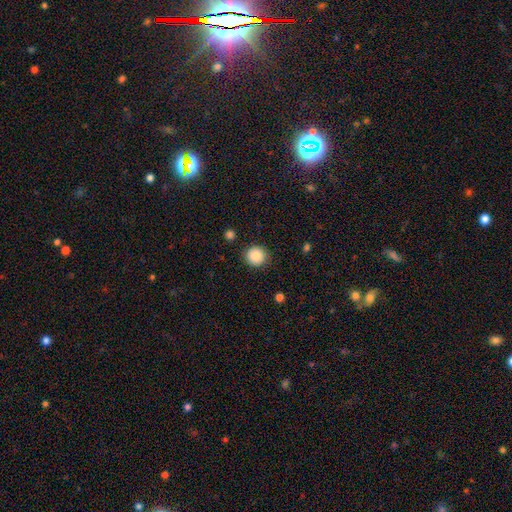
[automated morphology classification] A smooth galaxy with no disk features (86%) that is round (93%). Merging: none (89%).